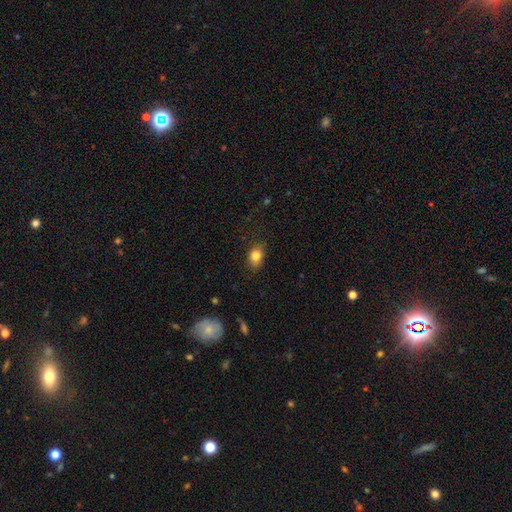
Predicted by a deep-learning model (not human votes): Overall: smooth (82%). How rounded: in between (71%). Merging: none (83%).